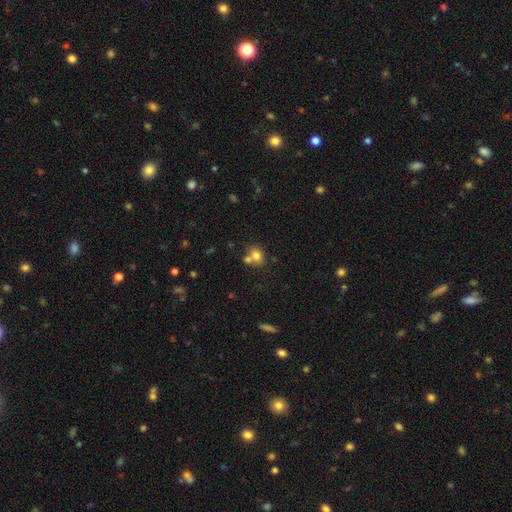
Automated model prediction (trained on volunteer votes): A smooth galaxy with no disk features (77%) that is round (51%).

Vote fractions:
- Smooth or featured? smooth: 77% / featured or disk: 12% / star or artifact: 12%
- How rounded? round: 51% / in between: 48% / cigar-shaped: 1%
- Merging? none: 48% / merger: 38% / minor disturbance: 11% / major disturbance: 4%